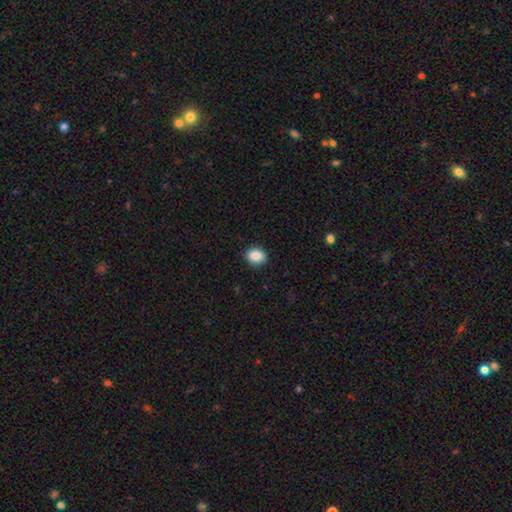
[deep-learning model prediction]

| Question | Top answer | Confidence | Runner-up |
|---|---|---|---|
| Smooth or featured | smooth | 87% | star or artifact (8%) |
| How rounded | in between | 53% | round (46%) |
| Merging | none | 88% | minor disturbance (9%) |